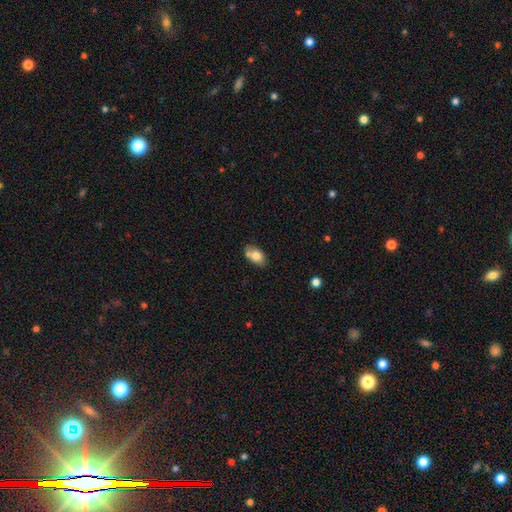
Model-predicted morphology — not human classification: Q: Smooth or featured?
A: smooth (77%); runner-up: featured or disk (15%)
Q: How rounded?
A: in between (89%); runner-up: round (9%)
Q: Merging?
A: none (62%); runner-up: minor disturbance (20%)